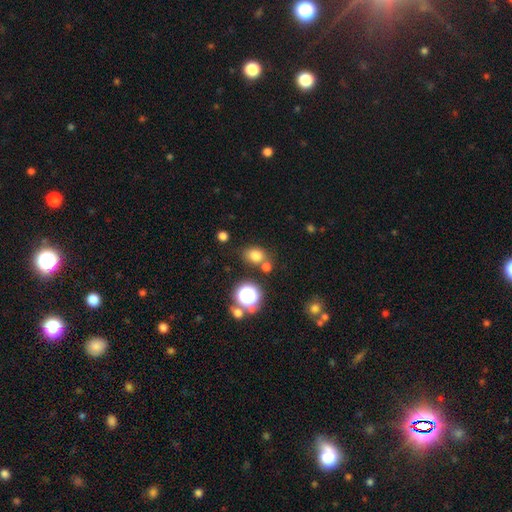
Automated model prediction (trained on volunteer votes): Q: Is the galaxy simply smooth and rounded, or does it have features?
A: smooth — 75%.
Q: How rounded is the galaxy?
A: round — 51%.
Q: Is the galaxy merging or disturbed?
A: none — 68%.